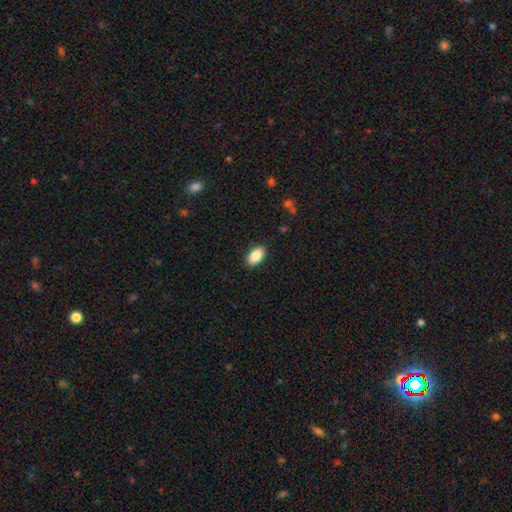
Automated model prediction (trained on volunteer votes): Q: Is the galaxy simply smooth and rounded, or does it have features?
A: smooth — 88%.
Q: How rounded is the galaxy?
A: in between — 93%.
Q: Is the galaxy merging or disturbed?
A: none — 89%.